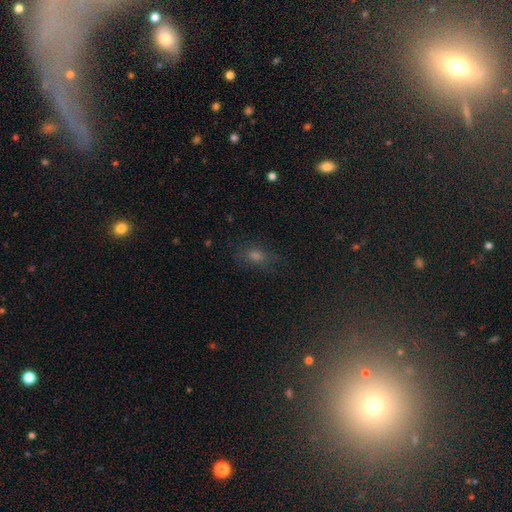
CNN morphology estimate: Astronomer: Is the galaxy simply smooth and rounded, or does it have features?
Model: smooth — 47% (runner-up: star or artifact, 34%).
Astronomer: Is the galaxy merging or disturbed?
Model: none — 74%.